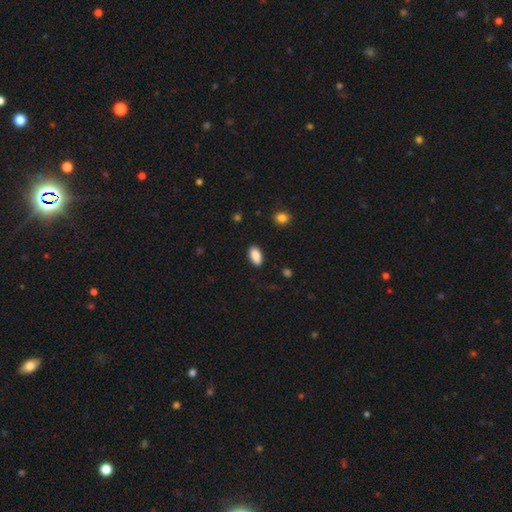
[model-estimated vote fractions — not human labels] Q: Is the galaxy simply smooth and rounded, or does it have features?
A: smooth — 87%.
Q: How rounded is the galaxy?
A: in between — 92%.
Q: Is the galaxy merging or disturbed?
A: none — 88%.